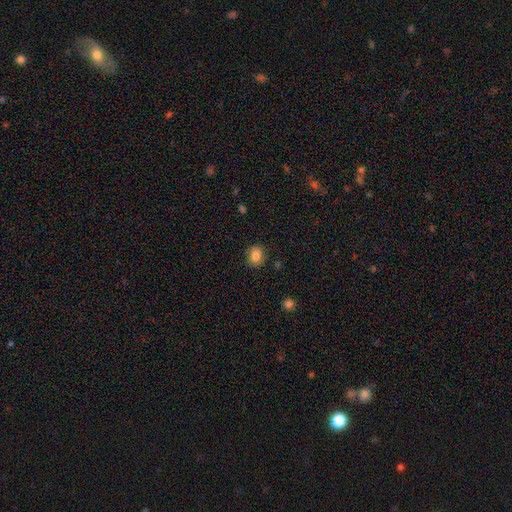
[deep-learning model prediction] Smooth or featured?
  - smooth: 84% *
  - star or artifact: 10%
  - featured or disk: 7%
How rounded?
  - round: 58% *
  - in between: 41%
  - cigar-shaped: 1%
Merging?
  - none: 86% *
  - minor disturbance: 10%
  - major disturbance: 3%
  - merger: 1%